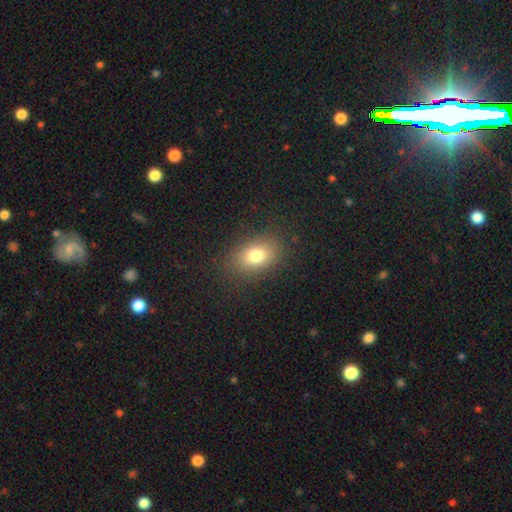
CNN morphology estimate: Smooth or featured? Predicted: smooth (p=0.78). How rounded? Predicted: in between (p=0.74). Merging? Predicted: none (p=0.85).